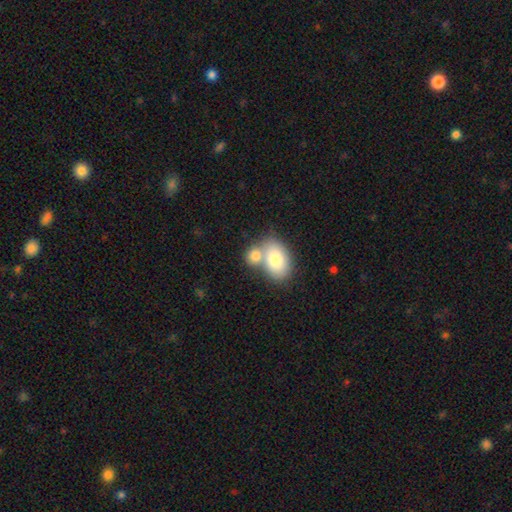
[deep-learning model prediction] This appears to be a smooth galaxy with no disk features (79%) that is in between round and cigar-shaped (71%). Merging: merger (55%).